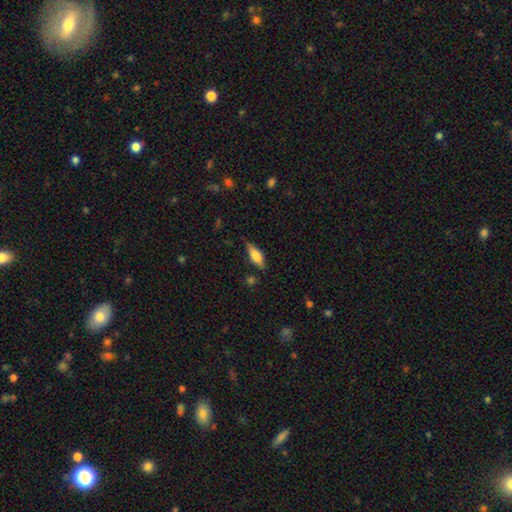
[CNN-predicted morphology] Smooth or featured?
  - smooth: 69% *
  - featured or disk: 24%
  - star or artifact: 7%
How rounded?
  - in between: 69% *
  - cigar-shaped: 29%
  - round: 3%
Merging?
  - none: 74% *
  - minor disturbance: 19%
  - major disturbance: 4%
  - merger: 2%